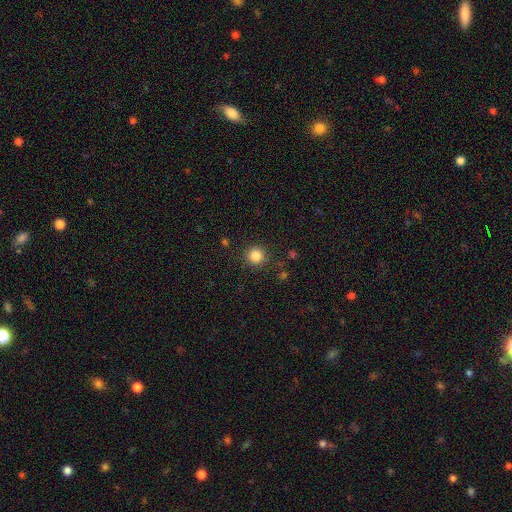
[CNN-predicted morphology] The model was most divided on "smooth or featured": smooth: 84%, star or artifact: 11%, featured or disk: 4%. More confident: how rounded — round (94%); merging — none (89%).